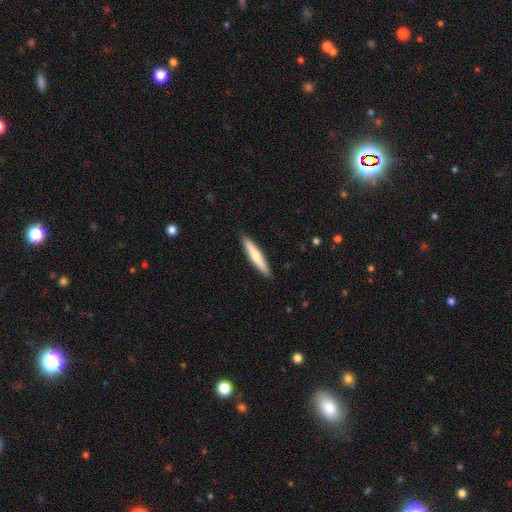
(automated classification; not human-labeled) Morphology: type=smooth (66%); roundness=cigar-shaped (92%); merging=none (91%).